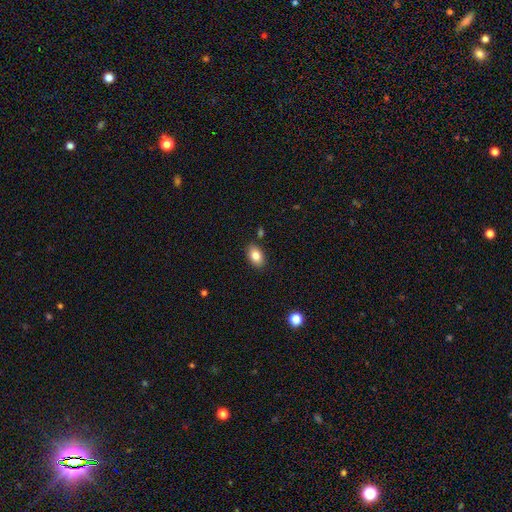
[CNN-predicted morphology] Overall: smooth (84%). How rounded: in between (89%). Merging: none (86%).